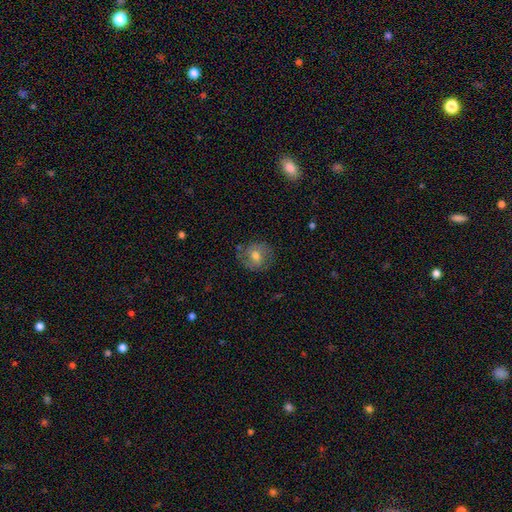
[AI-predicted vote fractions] The model was most divided on "smooth or featured": smooth: 57%, featured or disk: 34%, star or artifact: 9%. More confident: how rounded — round (84%); merging — none (77%).